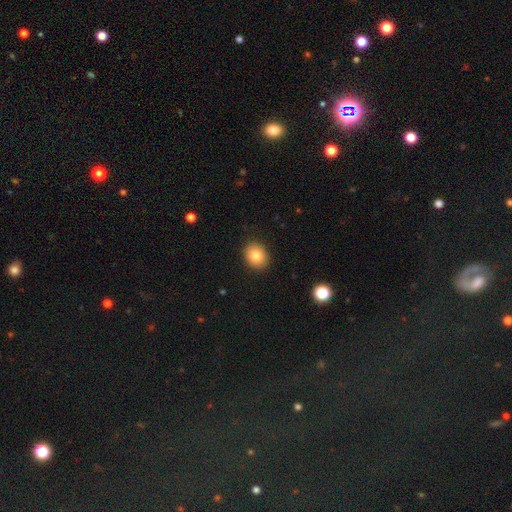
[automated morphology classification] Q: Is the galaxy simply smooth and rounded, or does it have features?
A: smooth — 82%.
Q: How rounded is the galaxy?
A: round — 63%.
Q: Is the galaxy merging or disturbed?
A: none — 90%.